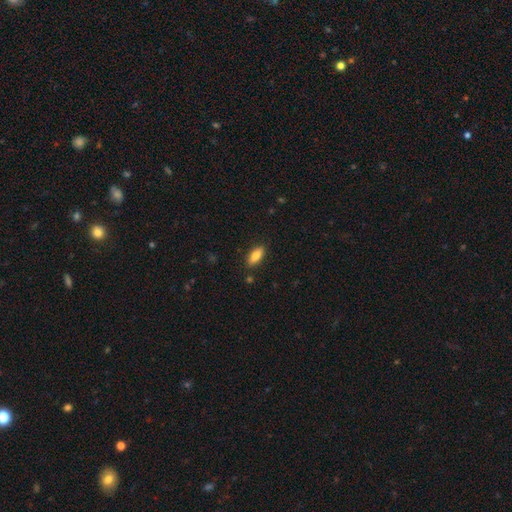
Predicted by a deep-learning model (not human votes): smooth 83%, featured or disk 10%, star or artifact 7%. Down the decision tree: how rounded — in between (81%); merging — none (87%).